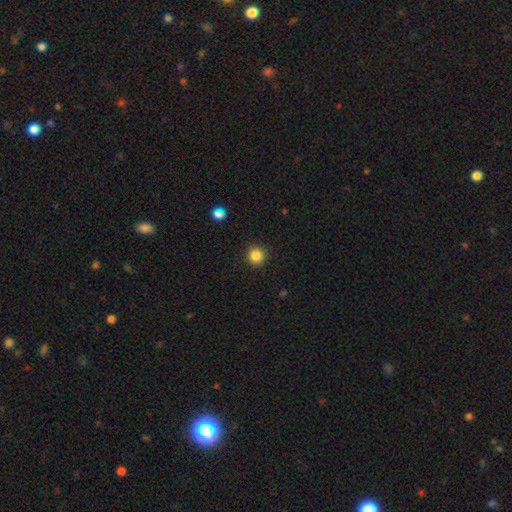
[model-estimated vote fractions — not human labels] Smooth or featured? Predicted: smooth (p=0.85). How rounded? Predicted: round (p=0.94). Merging? Predicted: none (p=0.92).